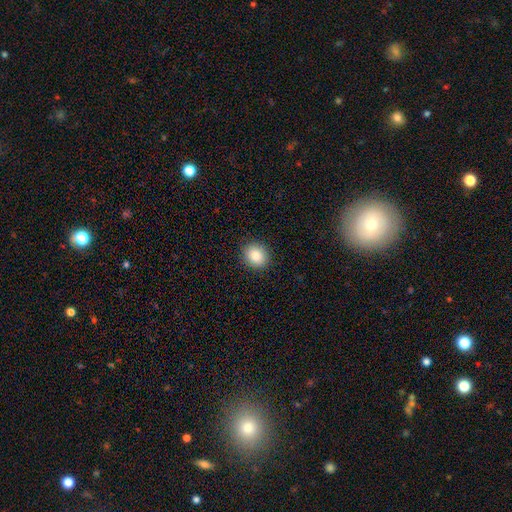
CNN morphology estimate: A smooth galaxy with no disk features (88%) that is round (69%). Merging: none (90%).